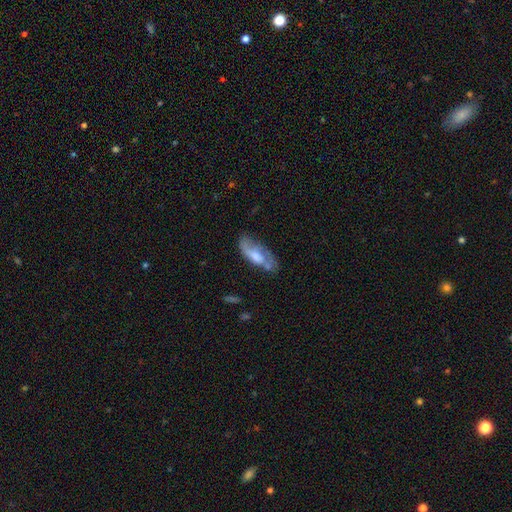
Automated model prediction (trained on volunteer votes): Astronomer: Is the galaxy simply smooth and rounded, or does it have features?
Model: featured or disk — 55% (runner-up: smooth, 38%).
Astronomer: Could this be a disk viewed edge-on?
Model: no — 86%.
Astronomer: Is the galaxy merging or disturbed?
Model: none — 50% (runner-up: minor disturbance, 28%).